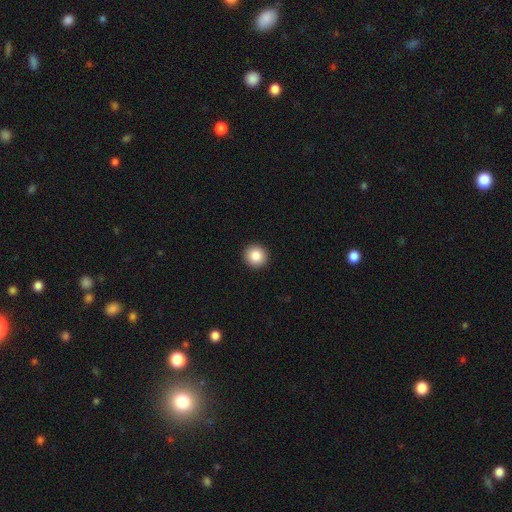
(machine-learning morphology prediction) smooth 87%, star or artifact 9%, featured or disk 5%. Down the decision tree: how rounded — round (94%); merging — none (93%).